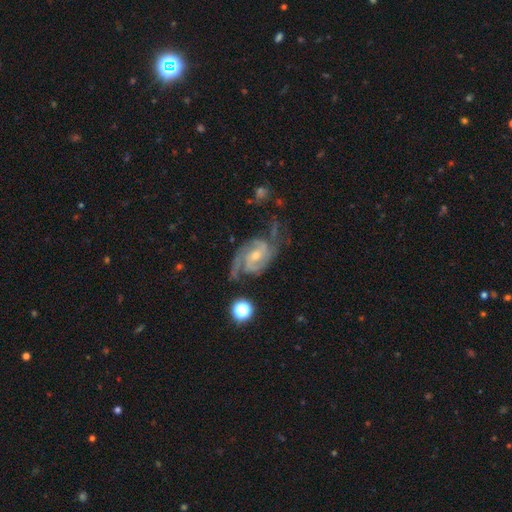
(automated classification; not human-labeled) Q: Smooth or featured?
A: featured or disk (89%); runner-up: star or artifact (5%)
Q: Edge-on disk?
A: no (97%); runner-up: yes (3%)
Q: Bar?
A: no (48%); runner-up: weak (41%)
Q: Spiral arms?
A: yes (97%); runner-up: no (3%)
Q: Spiral winding?
A: medium (48%); runner-up: tight (37%)
Q: Spiral arm count?
A: 2 (58%); runner-up: 3 (19%)
Q: Bulge size?
A: small (51%); runner-up: moderate (44%)
Q: Merging?
A: none (57%); runner-up: minor disturbance (23%)